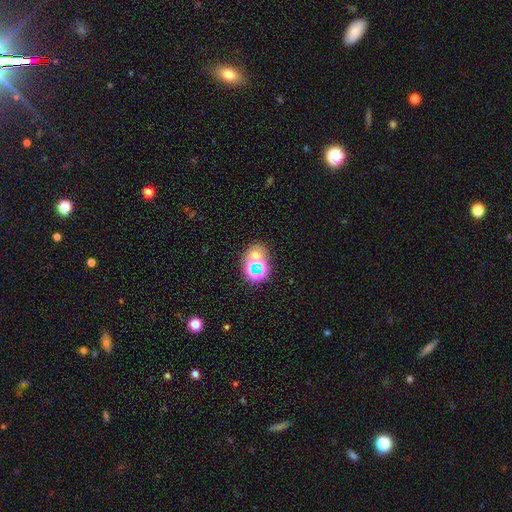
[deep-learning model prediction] Smooth or featured? smooth (47%)
Merging? none (55%)